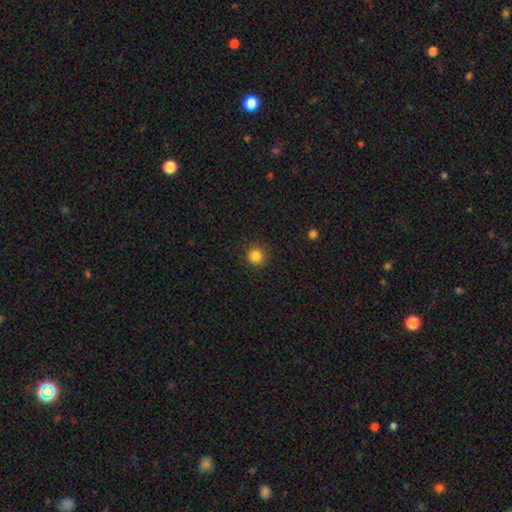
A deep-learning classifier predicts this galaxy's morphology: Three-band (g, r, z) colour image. It shows a smooth galaxy with no disk features (85%) that is round (94%). Merging: none (90%).